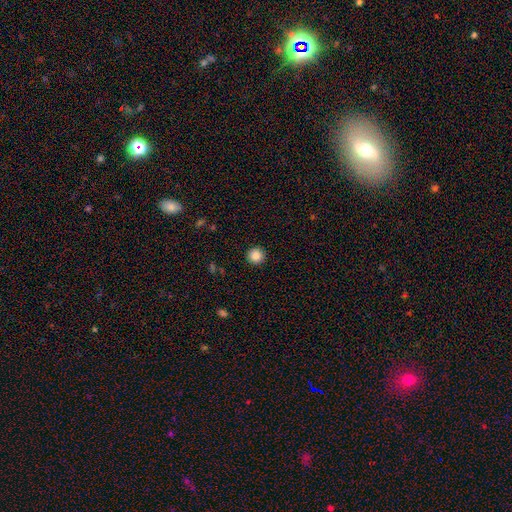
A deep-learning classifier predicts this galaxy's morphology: Smooth or featured? smooth (87%)
How rounded? round (95%)
Merging? none (93%)